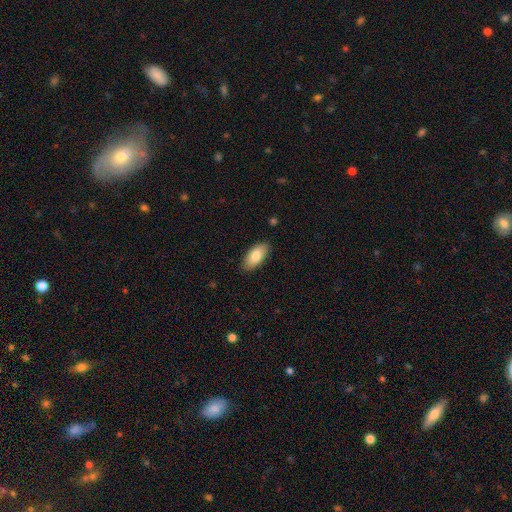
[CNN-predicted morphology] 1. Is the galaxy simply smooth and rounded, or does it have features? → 83% smooth, 11% featured or disk, 6% star or artifact.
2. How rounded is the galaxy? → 91% in between, 7% cigar-shaped, 2% round.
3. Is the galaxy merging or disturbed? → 87% none, 10% minor disturbance, 2% major disturbance, 1% merger.